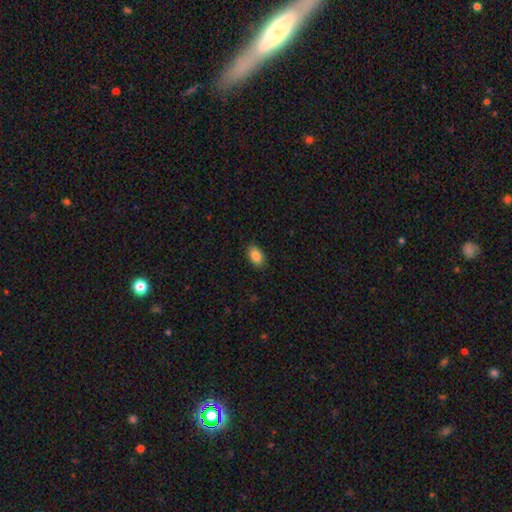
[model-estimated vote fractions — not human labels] smooth-or-featured: smooth: 87% | star or artifact: 8% | featured or disk: 6%
  how-rounded: in between: 91% | round: 7% | cigar-shaped: 2%
  merging: none: 87% | minor disturbance: 10% | major disturbance: 2% | merger: 1%